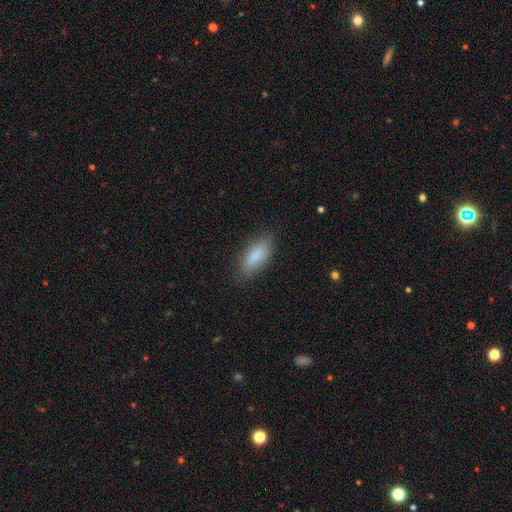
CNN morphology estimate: This is clearly a smooth galaxy (84%). How rounded: likely in between (77%). Merging: clearly none (82%).